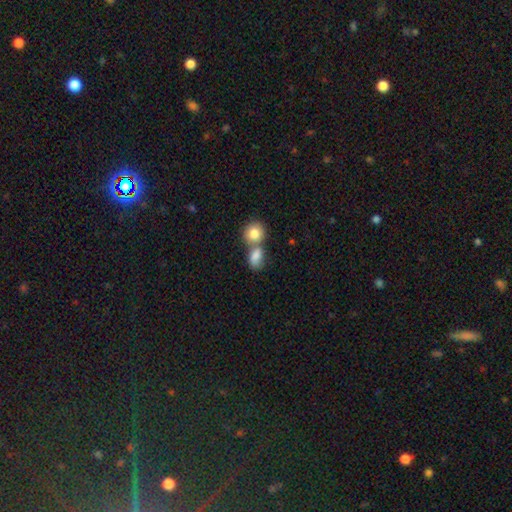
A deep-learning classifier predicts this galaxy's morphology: type=smooth (83%); roundness=in between (65%); merging=merger (58%).